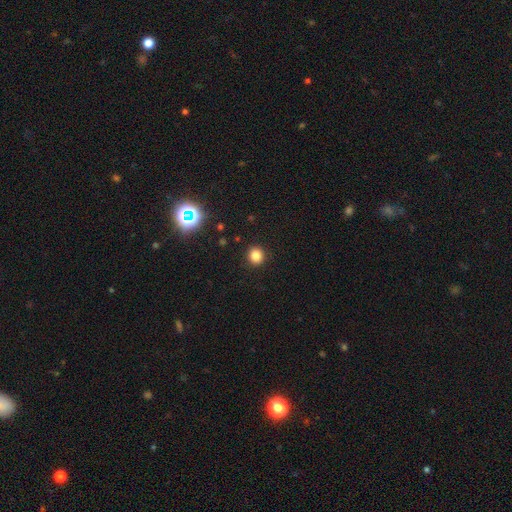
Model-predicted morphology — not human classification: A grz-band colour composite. It shows a smooth galaxy with no disk features (81%) that is round (86%). Merging: none (91%).